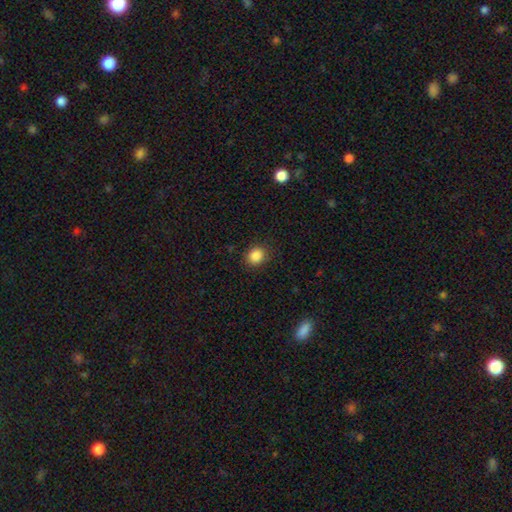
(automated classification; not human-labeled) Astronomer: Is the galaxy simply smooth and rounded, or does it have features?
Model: smooth — 86%.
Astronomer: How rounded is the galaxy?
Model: round — 80%.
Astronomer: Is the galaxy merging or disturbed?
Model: none — 88%.